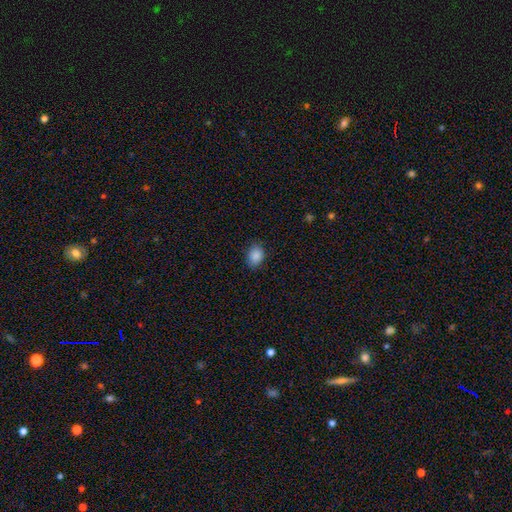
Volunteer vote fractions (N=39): This appears to be a smooth galaxy with no disk features (87%) that is in between round and cigar-shaped (68%). Merging: none (91%).